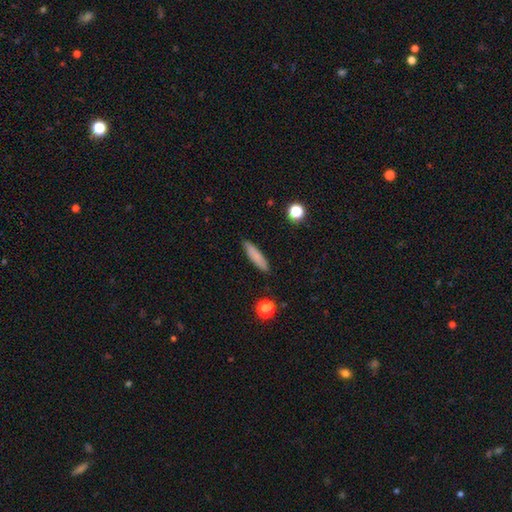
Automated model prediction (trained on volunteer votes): This appears to be a smooth galaxy with no disk features (80%) that is cigar-shaped (79%). Merging: none (86%).